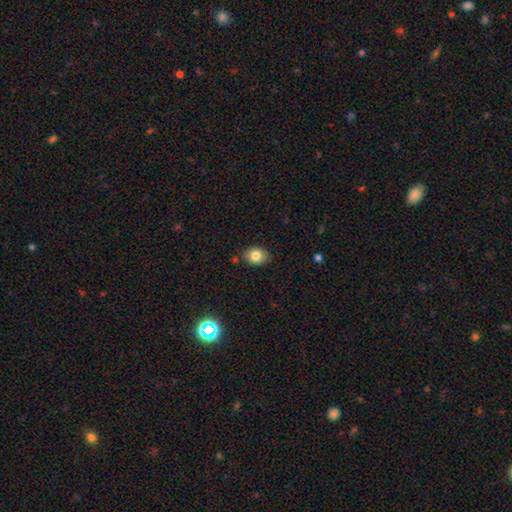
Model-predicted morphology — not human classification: The model was most divided on "how rounded": in between: 57%, round: 42%, cigar-shaped: 1%. More confident: merging — none (83%); smooth or featured — smooth (82%).